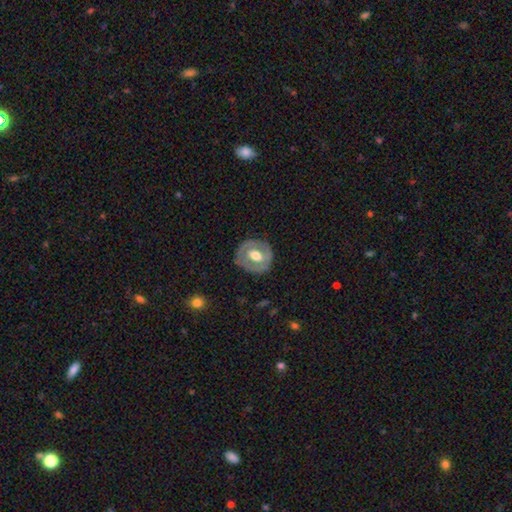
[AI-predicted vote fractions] This is likely a featured or disk galaxy (62%). It is clearly not viewed edge-on (95%). Bar: possibly no (49%). Spiral arm pattern: likely no (63%). Central bulge: possibly moderate (58%). Merging: likely none (78%).